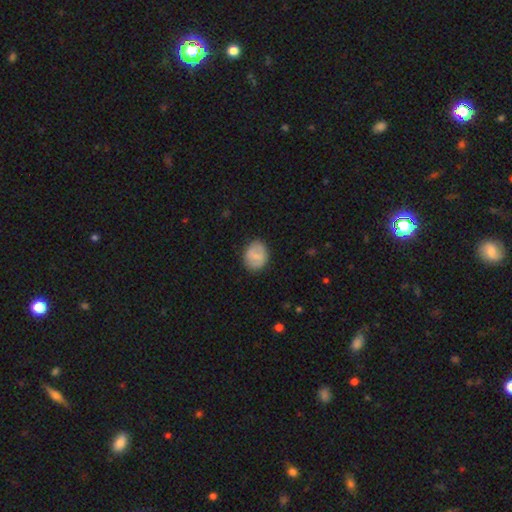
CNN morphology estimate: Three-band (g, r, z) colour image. It shows a smooth galaxy with no disk features (70%) that is round (54%). Merging: none (83%).